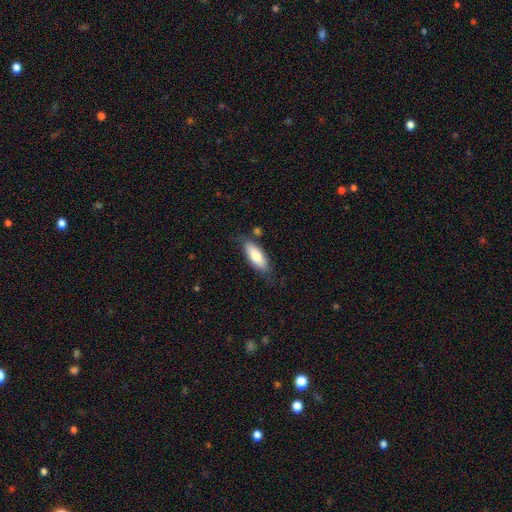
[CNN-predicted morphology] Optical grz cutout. It shows a smooth galaxy with no disk features (78%) that is in between round and cigar-shaped (69%). Merging: none (73%).